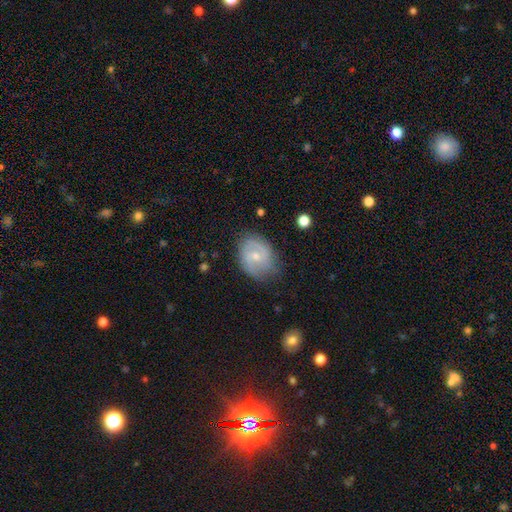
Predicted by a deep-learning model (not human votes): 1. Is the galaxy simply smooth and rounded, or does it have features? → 73% featured or disk, 21% smooth, 6% star or artifact.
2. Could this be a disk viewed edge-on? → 97% no, 3% yes.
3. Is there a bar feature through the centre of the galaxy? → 52% weak, 38% no, 9% strong.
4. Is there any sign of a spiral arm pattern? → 89% yes, 11% no.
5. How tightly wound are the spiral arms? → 47% medium, 34% tight, 19% loose.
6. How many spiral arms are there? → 76% 2, 13% can't tell, 4% 3, 3% 1, 2% 4, 2% more than 4.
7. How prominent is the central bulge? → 56% small, 40% moderate, 2% none, 1% large, 1% dominant.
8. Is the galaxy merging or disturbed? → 73% none, 20% minor disturbance, 6% major disturbance, 1% merger.